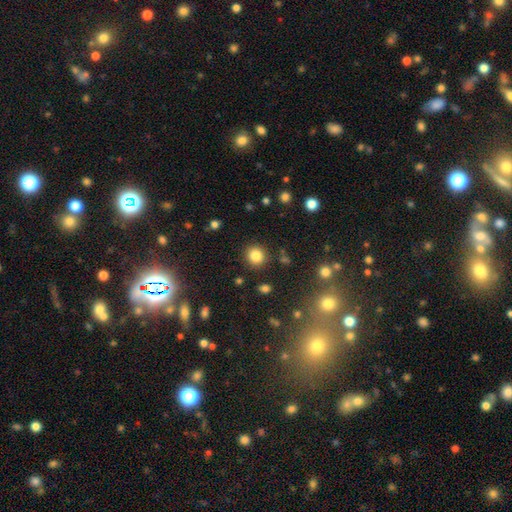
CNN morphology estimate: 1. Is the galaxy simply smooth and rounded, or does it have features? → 84% smooth, 11% star or artifact, 5% featured or disk.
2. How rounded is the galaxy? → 90% round, 9% in between, 1% cigar-shaped.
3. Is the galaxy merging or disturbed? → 88% none, 7% minor disturbance, 3% major disturbance, 2% merger.